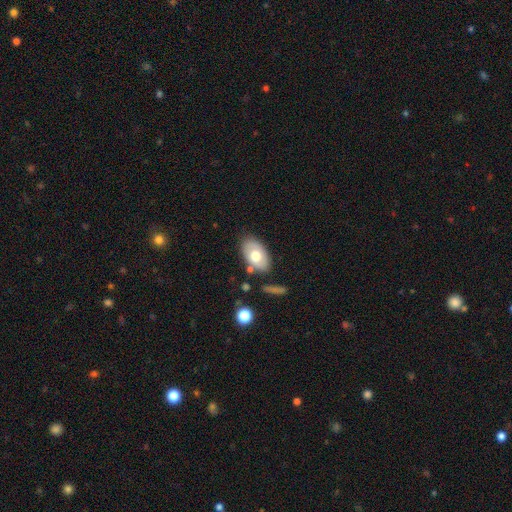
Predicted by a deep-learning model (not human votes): A smooth galaxy with no disk features (61%) that is in between round and cigar-shaped (90%).

Vote fractions:
- Smooth or featured? smooth: 61% / featured or disk: 32% / star or artifact: 7%
- How rounded? in between: 90% / round: 9% / cigar-shaped: 1%
- Merging? none: 75% / minor disturbance: 14% / merger: 6% / major disturbance: 4%